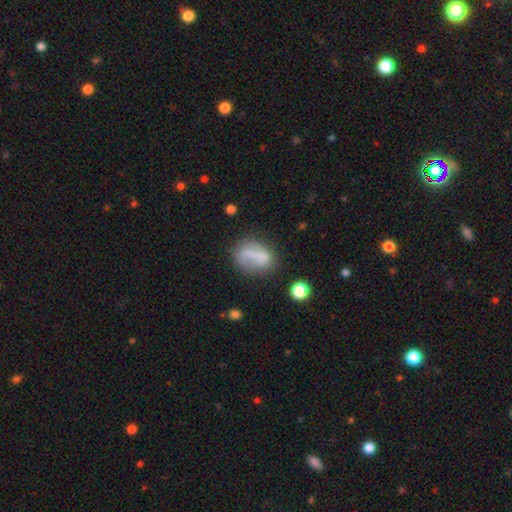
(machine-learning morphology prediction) Q: Smooth or featured?
A: smooth (59%); runner-up: featured or disk (31%)
Q: How rounded?
A: in between (63%); runner-up: round (29%)
Q: Merging?
A: none (51%); runner-up: minor disturbance (23%)